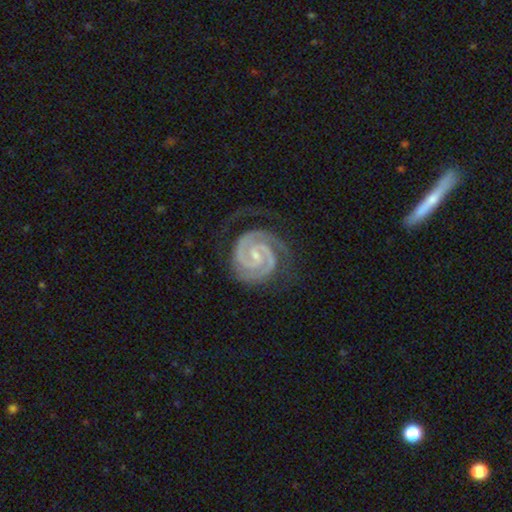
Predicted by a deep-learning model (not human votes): Q: Smooth or featured?
A: featured or disk (93%); runner-up: star or artifact (4%)
Q: Edge-on disk?
A: no (98%); runner-up: yes (2%)
Q: Bar?
A: weak (43%); runner-up: no (34%)
Q: Spiral arms?
A: yes (99%); runner-up: no (1%)
Q: Spiral winding?
A: tight (78%); runner-up: medium (20%)
Q: Spiral arm count?
A: 2 (89%); runner-up: 3 (5%)
Q: Bulge size?
A: small (69%); runner-up: moderate (18%)
Q: Merging?
A: none (74%); runner-up: minor disturbance (17%)